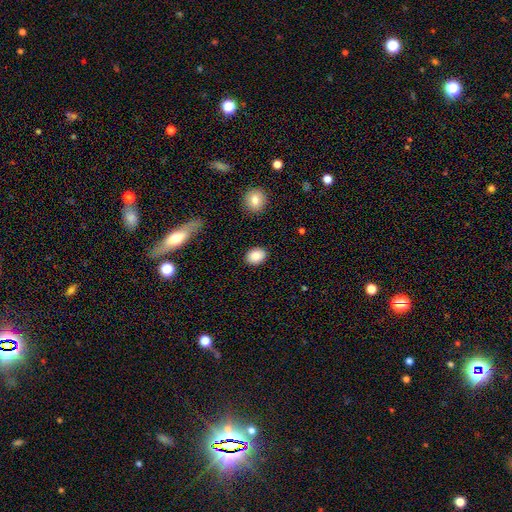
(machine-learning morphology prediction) A smooth galaxy with no disk features (85%) that is in between round and cigar-shaped (65%). Merging: none (88%).